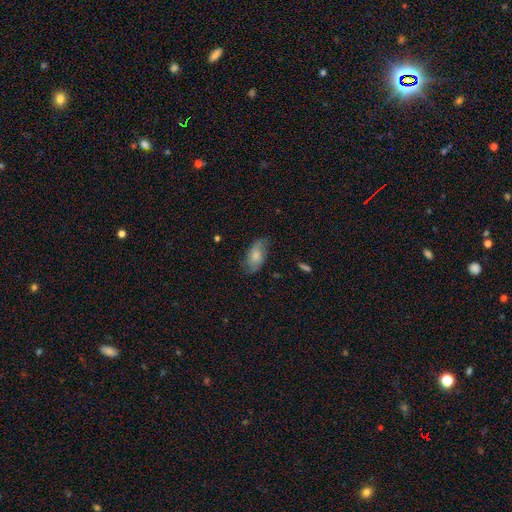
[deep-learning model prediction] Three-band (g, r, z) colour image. It shows a smooth galaxy with no disk features (59%) that is in between round and cigar-shaped (92%). Merging: none (68%).